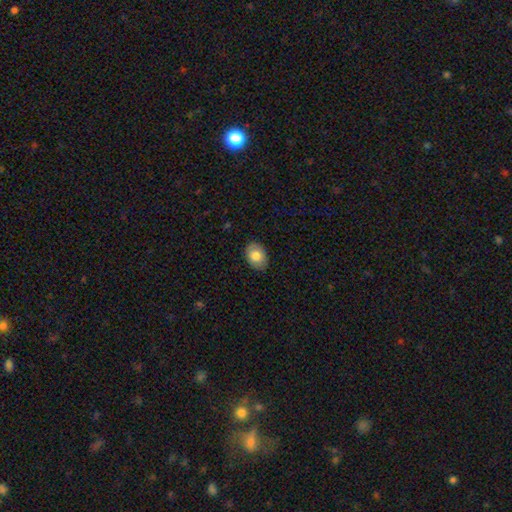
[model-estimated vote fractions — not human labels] Smooth or featured?
  - smooth: 80% *
  - featured or disk: 13%
  - star or artifact: 7%
How rounded?
  - in between: 81% *
  - round: 18%
  - cigar-shaped: 1%
Merging?
  - none: 87% *
  - minor disturbance: 10%
  - major disturbance: 2%
  - merger: 1%